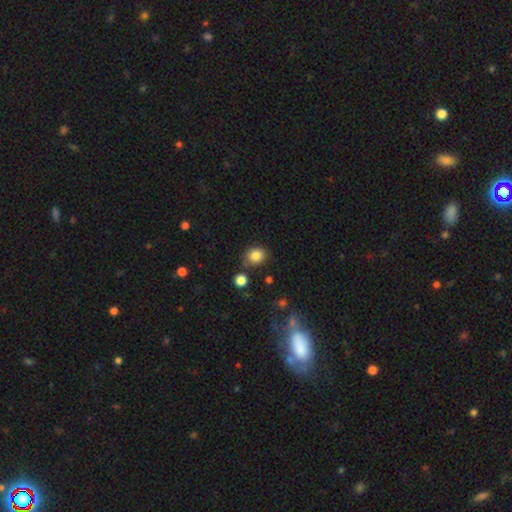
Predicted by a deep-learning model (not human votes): smooth_or_featured: smooth (p=0.84) [alt: star or artifact p=0.11]
how_rounded: round (p=0.69) [alt: in between p=0.30]
merging: none (p=0.77) [alt: minor disturbance p=0.13]